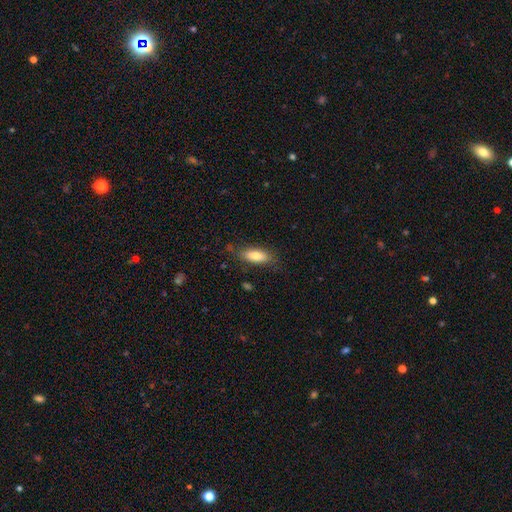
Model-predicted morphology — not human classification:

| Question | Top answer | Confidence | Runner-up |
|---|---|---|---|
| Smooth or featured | smooth | 77% | featured or disk (16%) |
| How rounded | in between | 76% | cigar-shaped (22%) |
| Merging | none | 78% | minor disturbance (16%) |